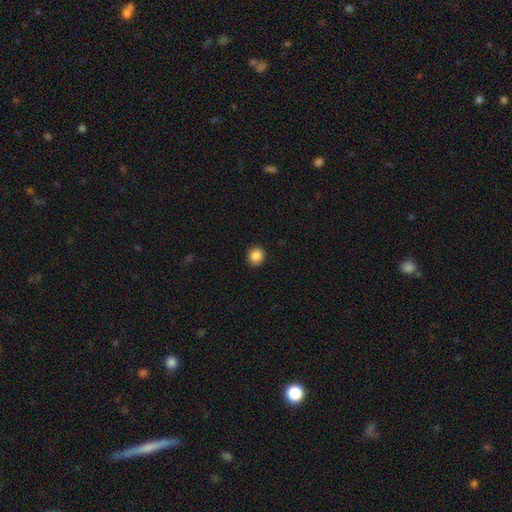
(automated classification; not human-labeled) This is clearly a smooth galaxy (87%). How rounded: clearly round (91%). Merging: clearly none (93%).